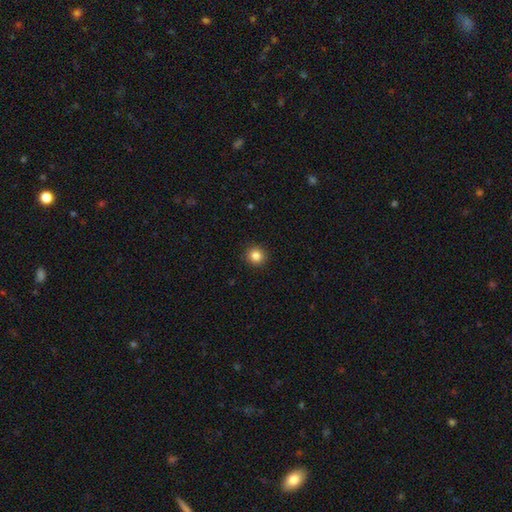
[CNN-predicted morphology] The model was most divided on "smooth or featured": smooth: 84%, star or artifact: 11%, featured or disk: 5%. More confident: how rounded — round (93%); merging — none (92%).